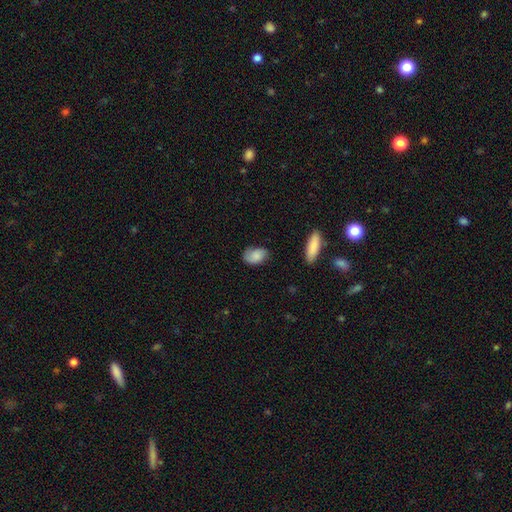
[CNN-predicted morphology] This appears to be a smooth galaxy with no disk features (80%) that is in between round and cigar-shaped (89%). Merging: none (68%).